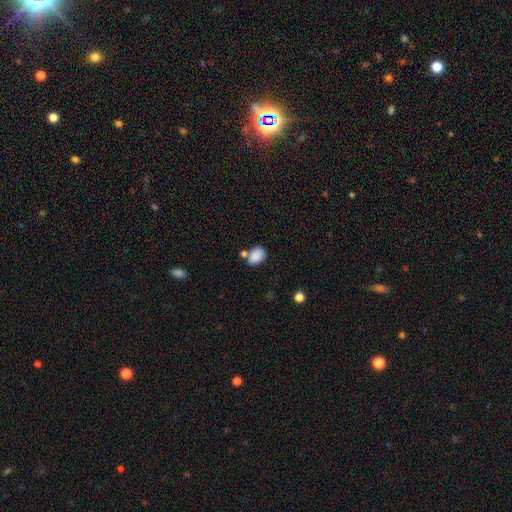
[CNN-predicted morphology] Overall: smooth (86%). How rounded: in between (73%). Merging: none (57%; merger 20%).